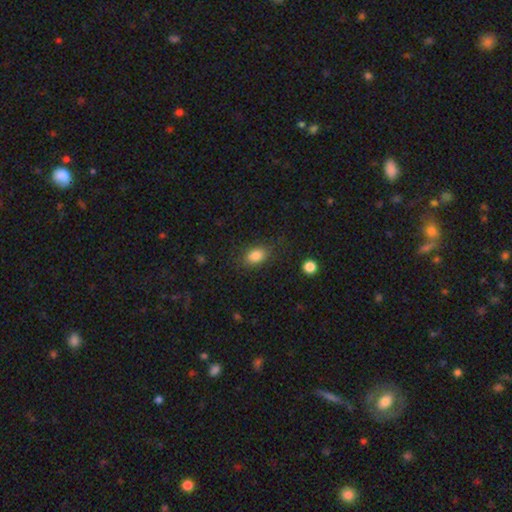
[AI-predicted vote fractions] A smooth galaxy with no disk features (84%) that is in between round and cigar-shaped (81%).

Vote fractions:
- Smooth or featured? smooth: 84% / star or artifact: 9% / featured or disk: 7%
- How rounded? in between: 81% / round: 18% / cigar-shaped: 2%
- Merging? none: 79% / minor disturbance: 14% / major disturbance: 5% / merger: 2%